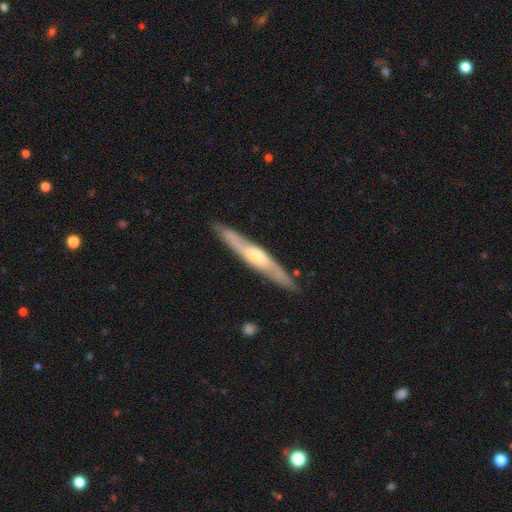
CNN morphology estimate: This appears to be a featured or disk galaxy (69%) viewed edge-on (81%) with a rounded central bulge (71%). Merging: none (86%).